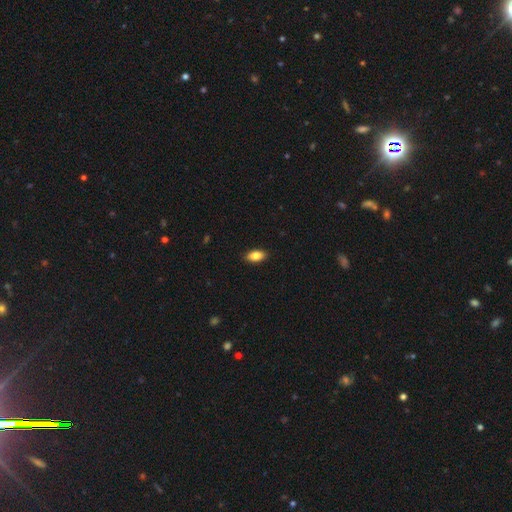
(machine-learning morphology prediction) Q: Smooth or featured?
A: smooth (86%); runner-up: star or artifact (7%)
Q: How rounded?
A: in between (91%); runner-up: cigar-shaped (5%)
Q: Merging?
A: none (89%); runner-up: minor disturbance (8%)